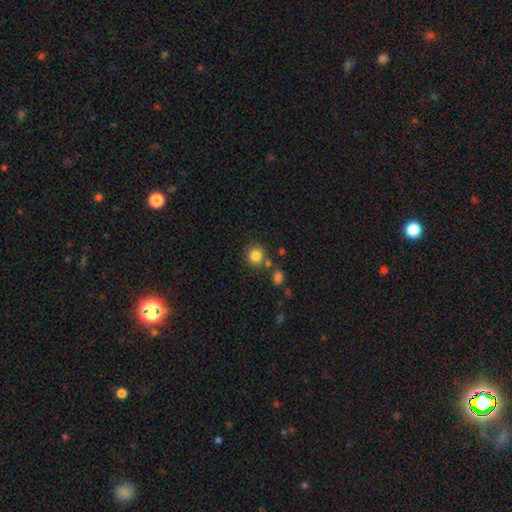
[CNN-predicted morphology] Q: Smooth or featured?
A: smooth (83%); runner-up: star or artifact (11%)
Q: How rounded?
A: round (88%); runner-up: in between (11%)
Q: Merging?
A: none (75%); runner-up: merger (12%)